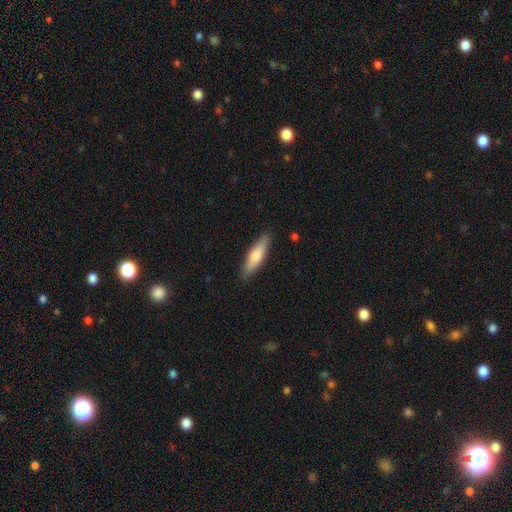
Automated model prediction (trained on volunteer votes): smooth_or_featured: smooth (p=0.67) [alt: featured or disk p=0.28]
how_rounded: cigar-shaped (p=0.67) [alt: in between p=0.32]
merging: none (p=0.88) [alt: minor disturbance p=0.09]